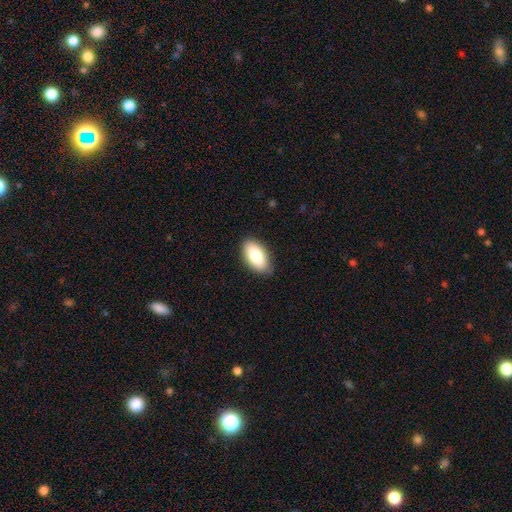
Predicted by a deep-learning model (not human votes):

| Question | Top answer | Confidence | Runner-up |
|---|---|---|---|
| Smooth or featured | smooth | 79% | featured or disk (14%) |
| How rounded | in between | 93% | cigar-shaped (4%) |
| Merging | none | 84% | minor disturbance (12%) |